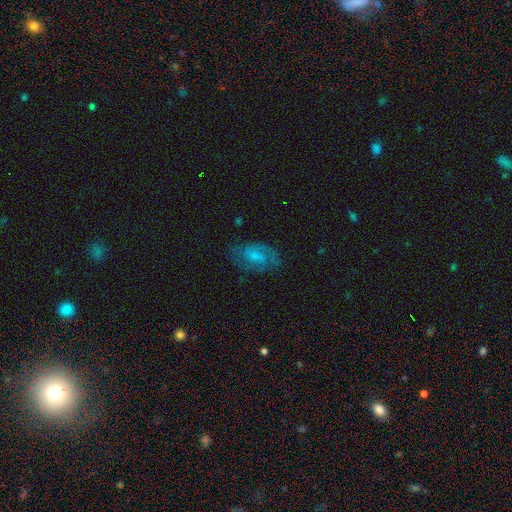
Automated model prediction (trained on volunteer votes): Overall: featured or disk (55%; smooth 36%). Edge-on disk: no (96%). Bar: weak (46%; no 42%). Spiral arms: yes (78%). Bulge size: small (38%; none 31%). Merging: none (66%).